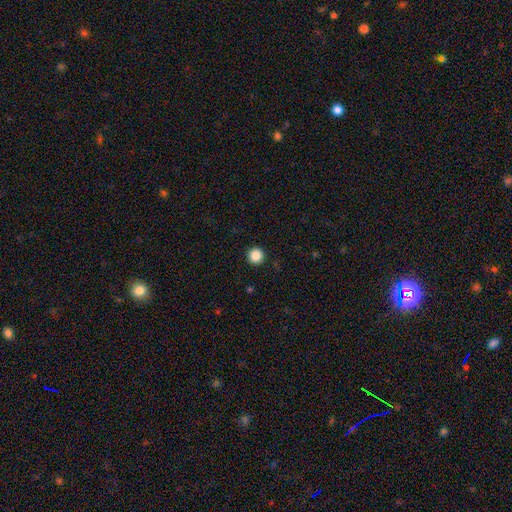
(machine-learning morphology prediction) Smooth or featured? smooth (86%)
How rounded? round (96%)
Merging? none (93%)